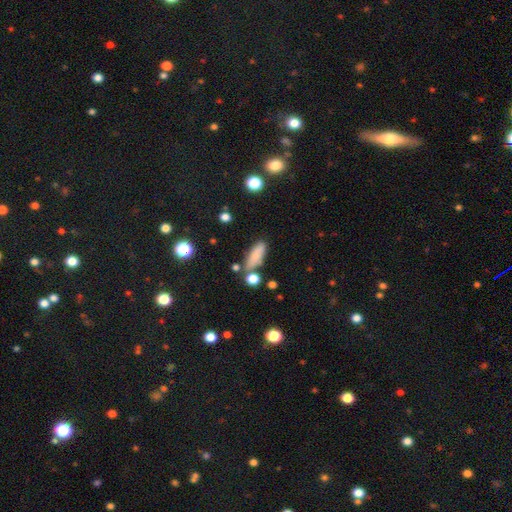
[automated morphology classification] Smooth or featured?
  - smooth: 82% *
  - featured or disk: 9%
  - star or artifact: 9%
How rounded?
  - in between: 61% *
  - cigar-shaped: 35%
  - round: 4%
Merging?
  - none: 65% *
  - minor disturbance: 18%
  - merger: 12%
  - major disturbance: 6%